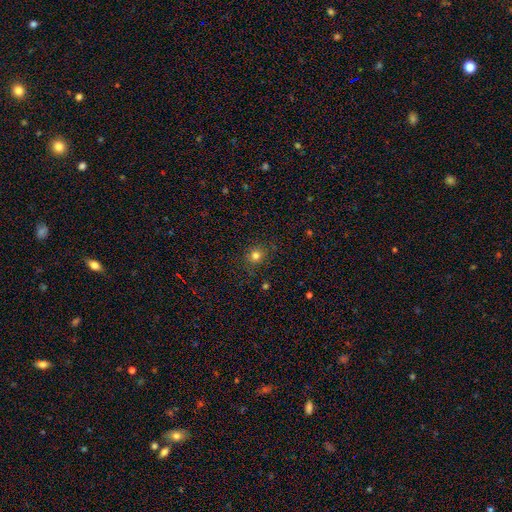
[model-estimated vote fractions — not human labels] Overall: smooth (78%). How rounded: round (84%). Merging: none (85%).